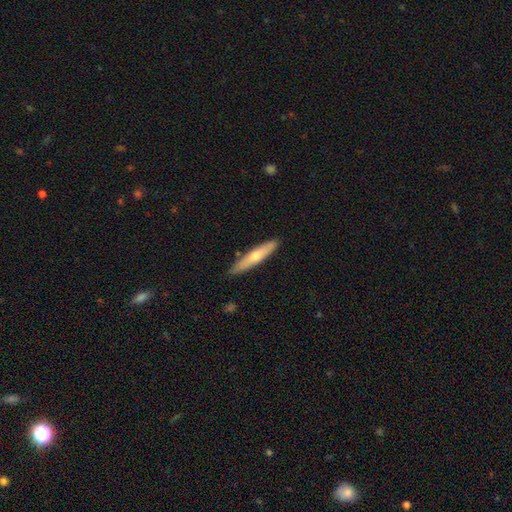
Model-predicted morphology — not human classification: This appears to be a featured or disk galaxy (47%, tied with smooth). Merging: none (90%).